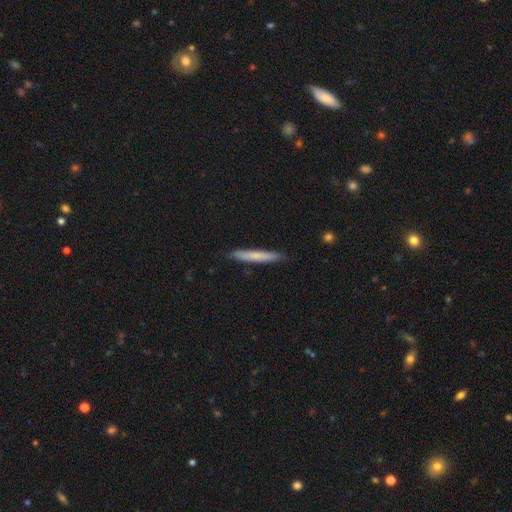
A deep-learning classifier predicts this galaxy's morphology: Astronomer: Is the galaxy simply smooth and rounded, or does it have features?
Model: smooth — 69%.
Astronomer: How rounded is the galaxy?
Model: cigar-shaped — 96%.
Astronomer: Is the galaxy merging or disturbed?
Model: none — 87%.